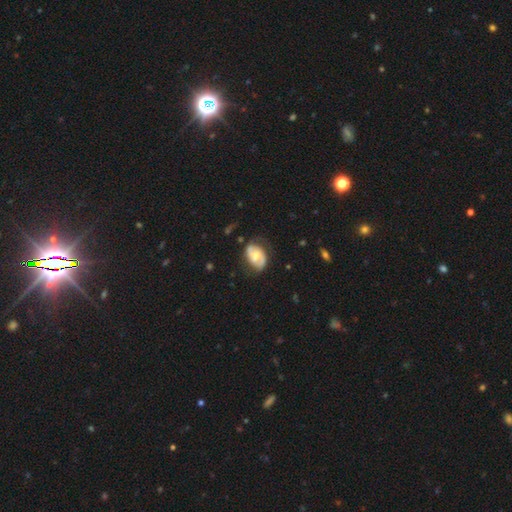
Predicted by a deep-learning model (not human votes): smooth-or-featured: featured or disk: 67% | smooth: 27% | star or artifact: 6%
  disk-edge-on: no: 96% | yes: 4%
    bar: no: 43% | weak: 42% | strong: 15%
    has-spiral-arms: yes: 82% | no: 18%
      spiral-winding: medium: 43% | tight: 31% | loose: 26%
      spiral-arm-count: 2: 81% | can't tell: 12% | 1: 4% | 3: 1% | 4: 1% | more than 4: 1%
    bulge-size: moderate: 57% | small: 31% | large: 6% | none: 4% | dominant: 1%
  merging: none: 66% | minor disturbance: 23% | major disturbance: 9% | merger: 2%